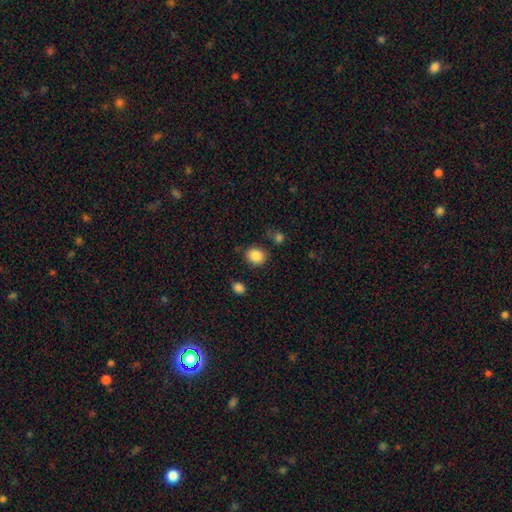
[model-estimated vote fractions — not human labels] smooth 86%, star or artifact 9%, featured or disk 5%. Down the decision tree: how rounded — round (75%); merging — none (79%).